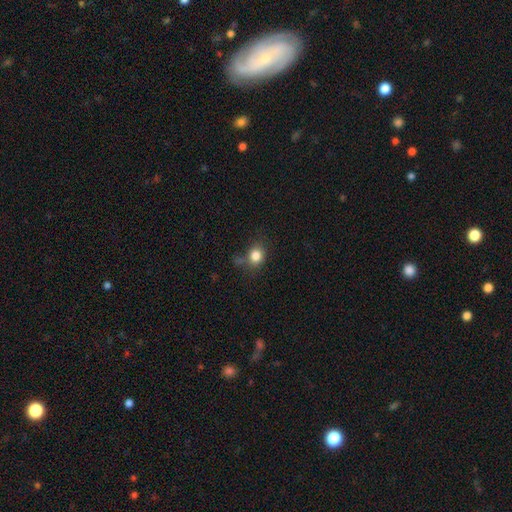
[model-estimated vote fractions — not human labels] Q: Smooth or featured?
A: smooth (82%); runner-up: star or artifact (11%)
Q: How rounded?
A: round (67%); runner-up: in between (32%)
Q: Merging?
A: none (64%); runner-up: minor disturbance (21%)